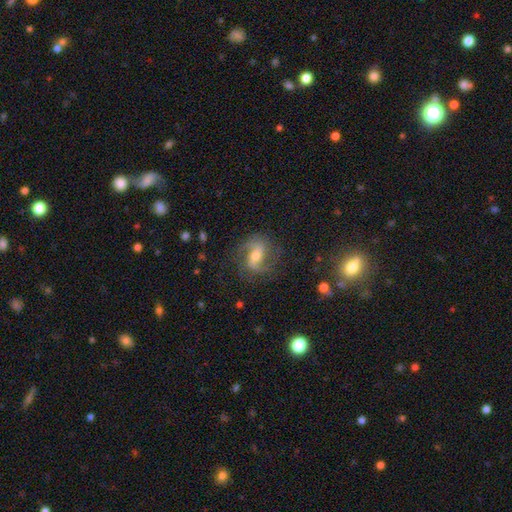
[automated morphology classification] A featured or disk galaxy (79%) with a weak bar (43%), 2 (84%) medium (46%) spiral arms (94%) and a moderate central bulge (56%). Merging: none (75%).